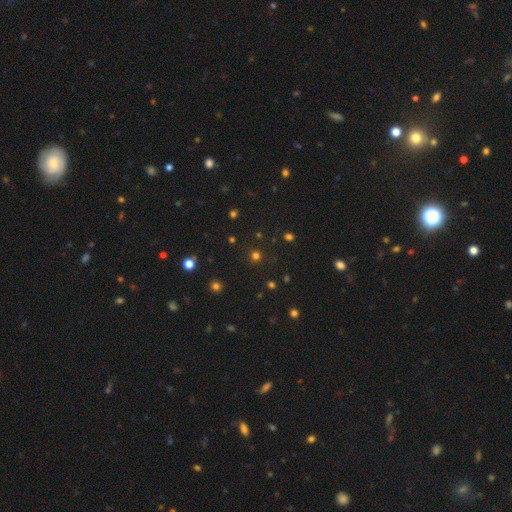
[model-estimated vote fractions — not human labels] Q: Smooth or featured?
A: smooth (66%); runner-up: star or artifact (29%)
Q: How rounded?
A: round (93%); runner-up: in between (6%)
Q: Merging?
A: none (89%); runner-up: minor disturbance (6%)